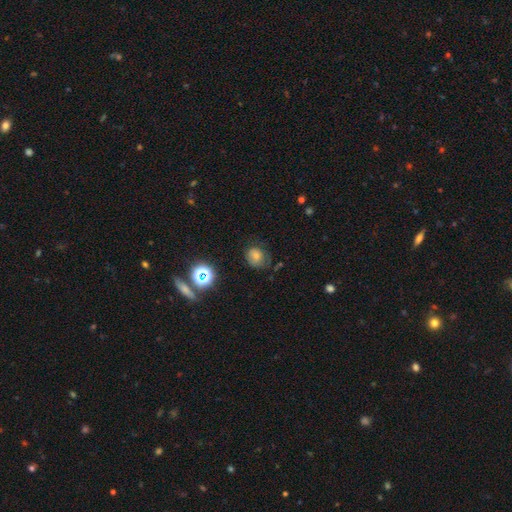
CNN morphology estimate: type=smooth (68%); roundness=round (68%); merging=none (59%).